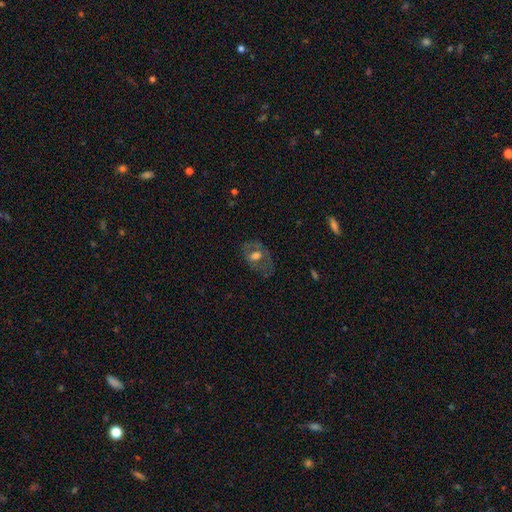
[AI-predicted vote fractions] A featured or disk galaxy (46%).

Vote fractions:
- Smooth or featured? featured or disk: 46% / smooth: 43% / star or artifact: 11%
- Merging? none: 58% / minor disturbance: 22% / major disturbance: 18% / merger: 2%